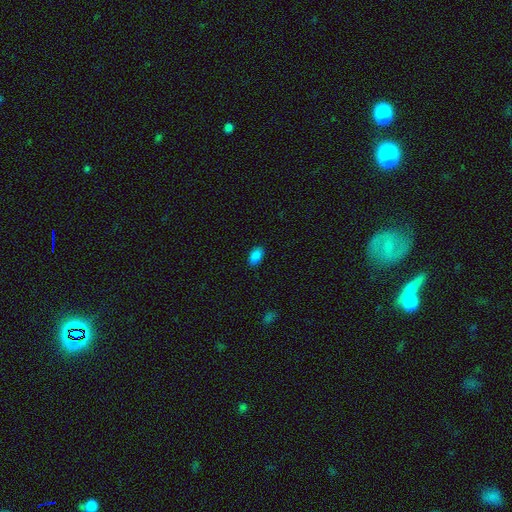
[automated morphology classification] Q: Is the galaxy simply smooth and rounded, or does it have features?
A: smooth — 87%.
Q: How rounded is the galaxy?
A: in between — 92%.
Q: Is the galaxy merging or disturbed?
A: none — 88%.